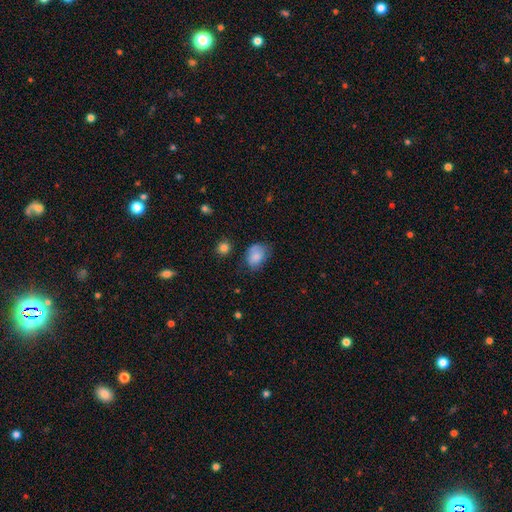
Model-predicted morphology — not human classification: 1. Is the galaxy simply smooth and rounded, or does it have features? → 82% smooth, 9% featured or disk, 9% star or artifact.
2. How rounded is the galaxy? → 73% in between, 26% round, 1% cigar-shaped.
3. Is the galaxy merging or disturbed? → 54% none, 33% minor disturbance, 10% major disturbance, 3% merger.